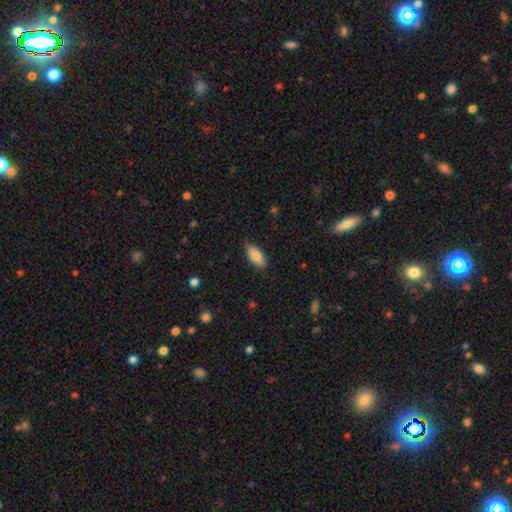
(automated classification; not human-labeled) Smooth or featured? smooth (85%)
How rounded? in between (84%)
Merging? none (82%)